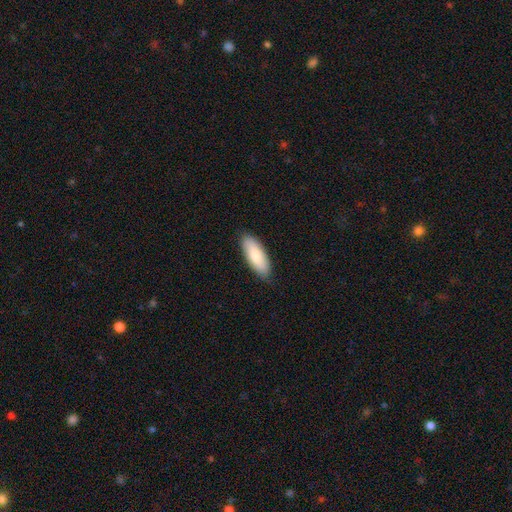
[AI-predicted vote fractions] Overall: smooth (79%). How rounded: in between (74%). Merging: none (85%).